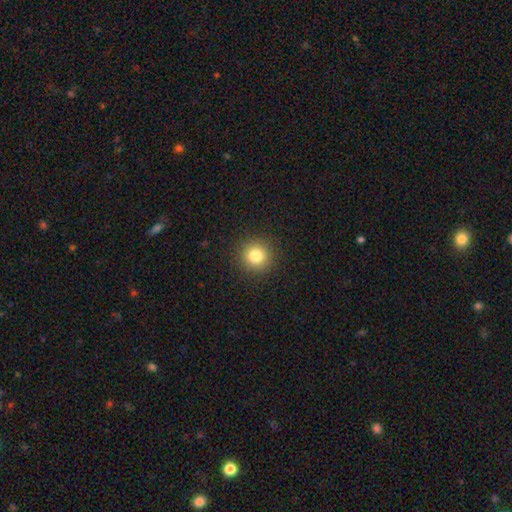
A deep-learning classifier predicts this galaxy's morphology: Q: Smooth or featured?
A: smooth (81%); runner-up: star or artifact (12%)
Q: How rounded?
A: round (94%); runner-up: in between (5%)
Q: Merging?
A: none (92%); runner-up: minor disturbance (5%)